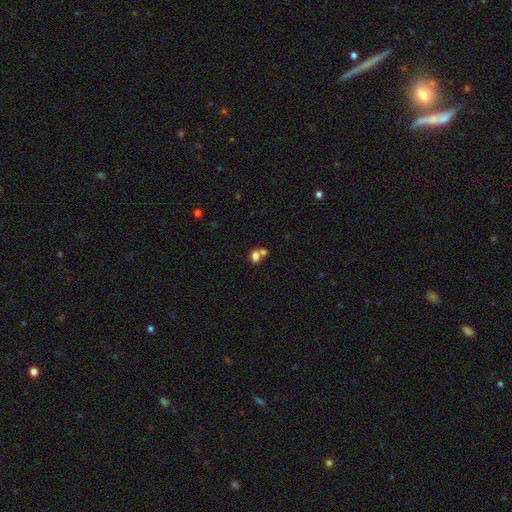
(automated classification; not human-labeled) Morphology: type=smooth (76%); roundness=in between (62%); merging=merger (53%).